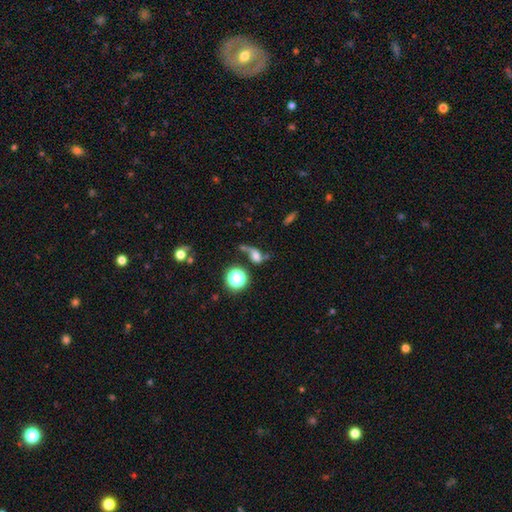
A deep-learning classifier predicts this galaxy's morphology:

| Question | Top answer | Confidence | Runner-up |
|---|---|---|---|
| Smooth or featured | smooth | 47% | featured or disk (33%) |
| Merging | major disturbance | 33% | none (31%) |